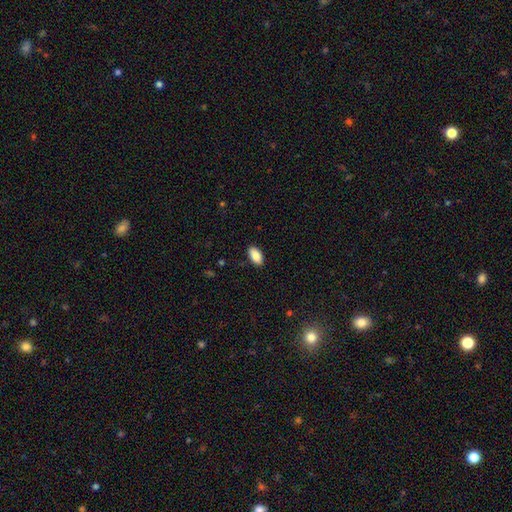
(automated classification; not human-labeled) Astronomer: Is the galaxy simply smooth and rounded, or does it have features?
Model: smooth — 88%.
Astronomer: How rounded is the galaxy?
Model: in between — 93%.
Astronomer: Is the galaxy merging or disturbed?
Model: none — 88%.